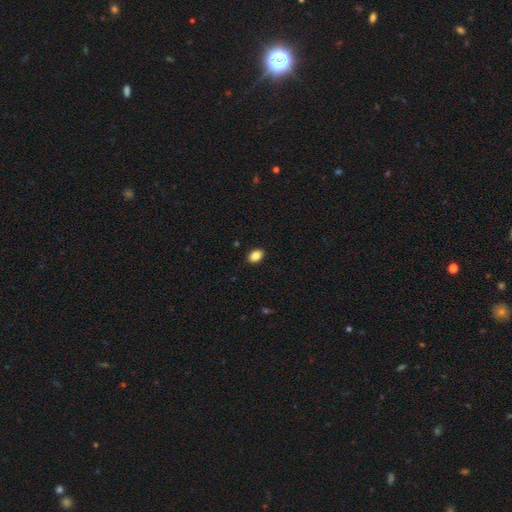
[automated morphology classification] smooth_or_featured: smooth (p=0.87) [alt: star or artifact p=0.09]
how_rounded: in between (p=0.81) [alt: round p=0.18]
merging: none (p=0.90) [alt: minor disturbance p=0.07]